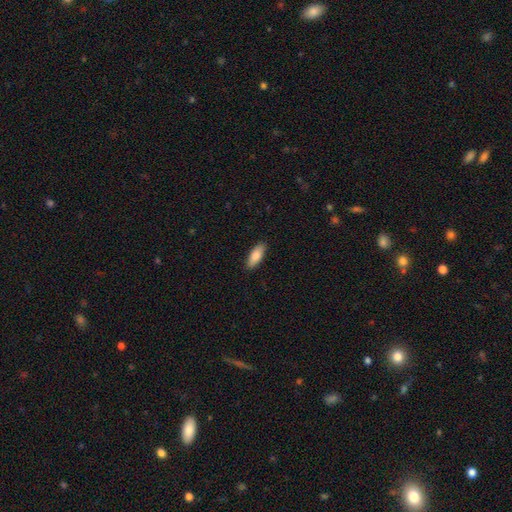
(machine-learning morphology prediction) smooth-or-featured: smooth: 85% | featured or disk: 10% | star or artifact: 6%
  how-rounded: in between: 73% | cigar-shaped: 25% | round: 2%
  merging: none: 89% | minor disturbance: 8% | major disturbance: 2% | merger: 1%